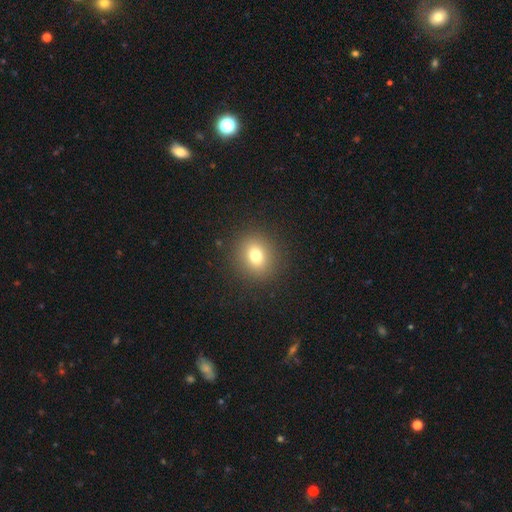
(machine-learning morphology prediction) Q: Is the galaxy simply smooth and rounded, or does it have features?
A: smooth — 76%.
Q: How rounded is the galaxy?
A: round — 79%.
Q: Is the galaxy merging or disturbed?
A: none — 90%.